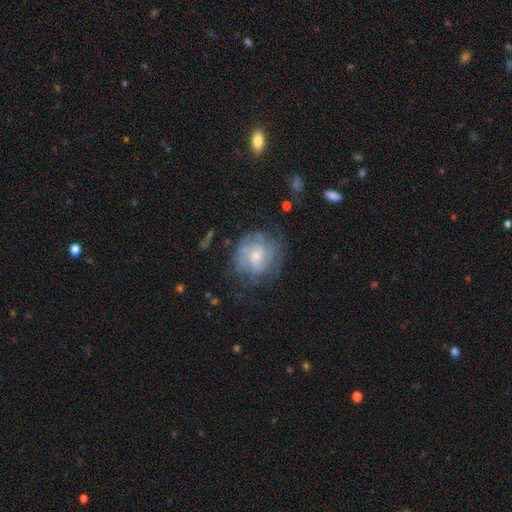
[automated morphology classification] smooth-or-featured: featured or disk: 68% | smooth: 24% | star or artifact: 8%
  disk-edge-on: no: 97% | yes: 3%
    bar: no: 59% | weak: 35% | strong: 6%
    has-spiral-arms: yes: 78% | no: 22%
      spiral-winding: tight: 49% | medium: 36% | loose: 15%
      spiral-arm-count: can't tell: 51% | 2: 20% | 3: 12% | 4: 8% | 1: 5% | more than 4: 4%
    bulge-size: small: 55% | moderate: 36% | none: 4% | large: 4% | dominant: 1%
  merging: none: 62% | minor disturbance: 21% | major disturbance: 15% | merger: 2%